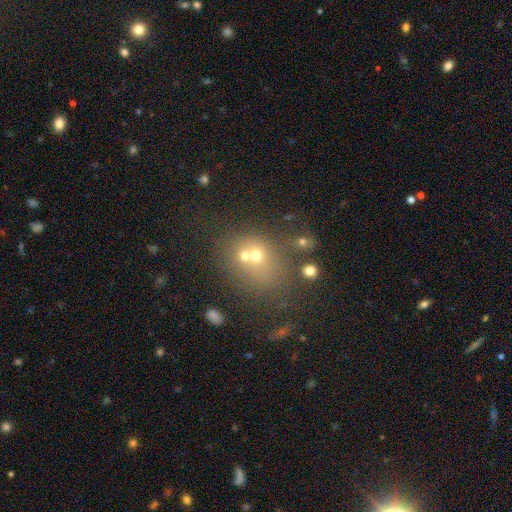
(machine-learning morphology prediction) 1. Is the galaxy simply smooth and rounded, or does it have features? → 57% smooth, 23% featured or disk, 20% star or artifact.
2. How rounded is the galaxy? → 64% round, 35% in between, 1% cigar-shaped.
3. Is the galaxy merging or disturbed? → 50% merger, 34% none, 9% minor disturbance, 6% major disturbance.